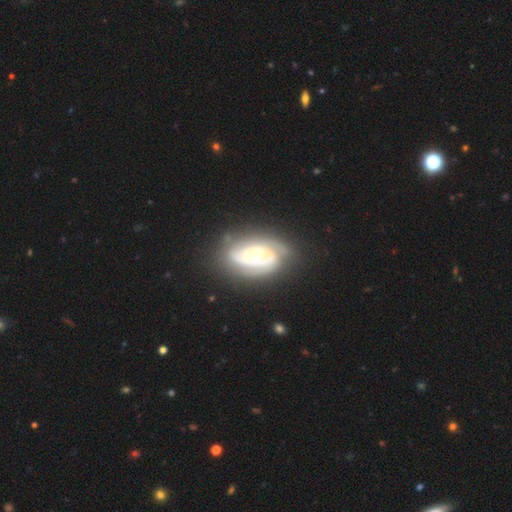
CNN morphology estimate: This appears to be a featured or disk galaxy (83%) with no bar (70%), 2 (46%) tight (66%) spiral arms (92%) and a moderate central bulge (63%). Merging: none (74%).